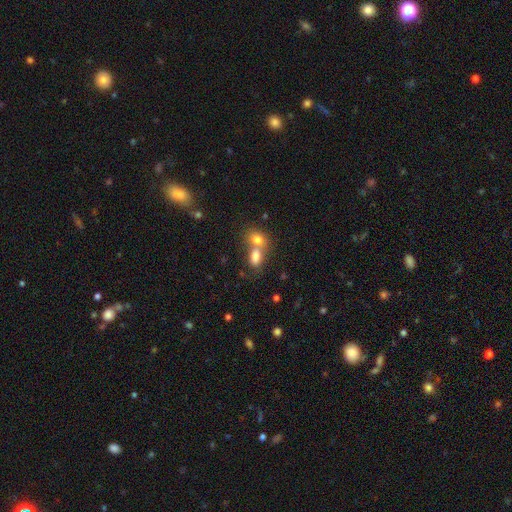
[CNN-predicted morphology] Overall: smooth (77%). How rounded: in between (77%). Merging: merger (61%; none 28%).